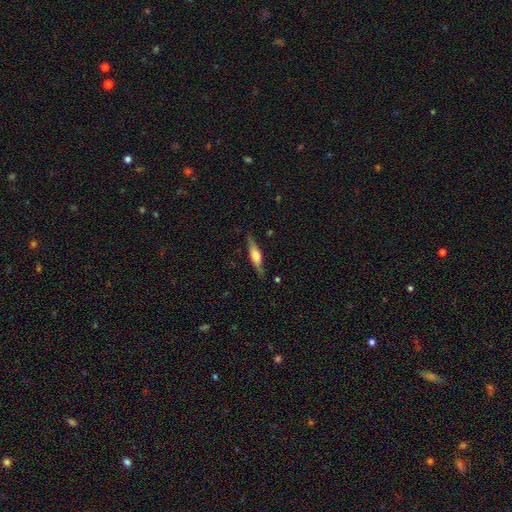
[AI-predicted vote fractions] Smooth or featured?
  - featured or disk: 61% *
  - smooth: 33%
  - star or artifact: 6%
Edge-on disk?
  - yes: 95% *
  - no: 5%
Edge-on bulge?
  - rounded: 81% *
  - boxy: 16%
  - none: 4%
Merging?
  - none: 82% *
  - minor disturbance: 13%
  - major disturbance: 3%
  - merger: 1%